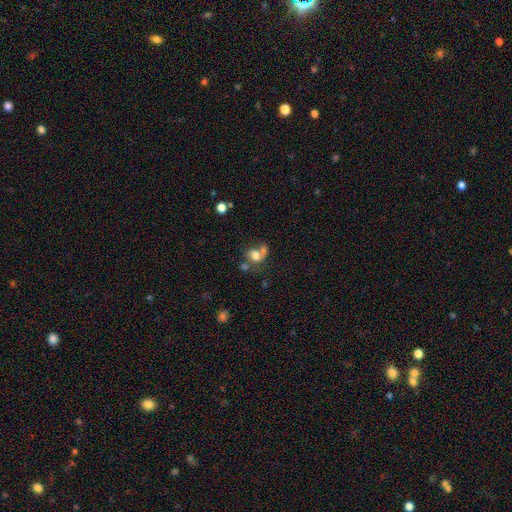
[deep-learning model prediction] Q: Smooth or featured?
A: smooth (66%); runner-up: featured or disk (22%)
Q: How rounded?
A: round (56%); runner-up: in between (43%)
Q: Merging?
A: merger (47%); runner-up: none (29%)